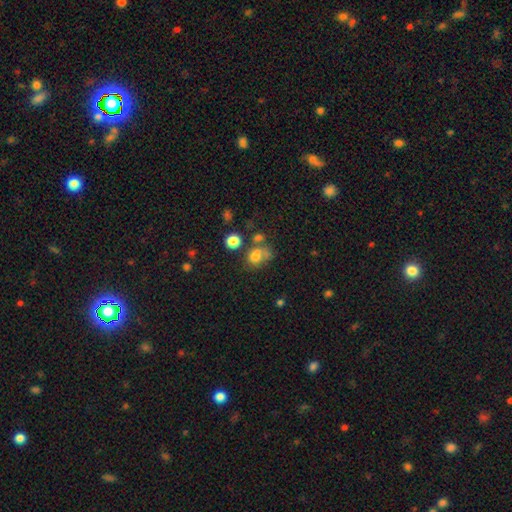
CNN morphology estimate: Smooth or featured: smooth — 71% (star or artifact — 15%)
How rounded: round — 54% (in between — 45%)
Merging: none — 37% (merger — 31%)